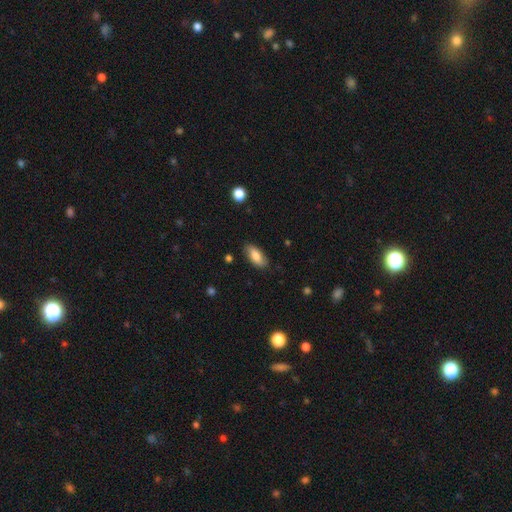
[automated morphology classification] Smooth or featured? smooth (79%)
How rounded? in between (85%)
Merging? none (82%)